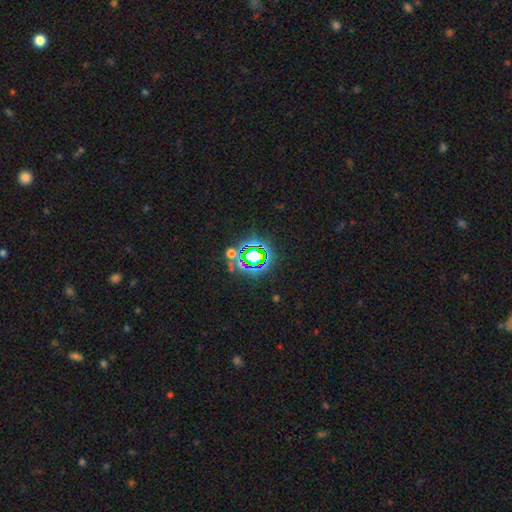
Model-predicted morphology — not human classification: Smooth or featured?
  - star or artifact: 70% *
  - smooth: 18%
  - featured or disk: 12%